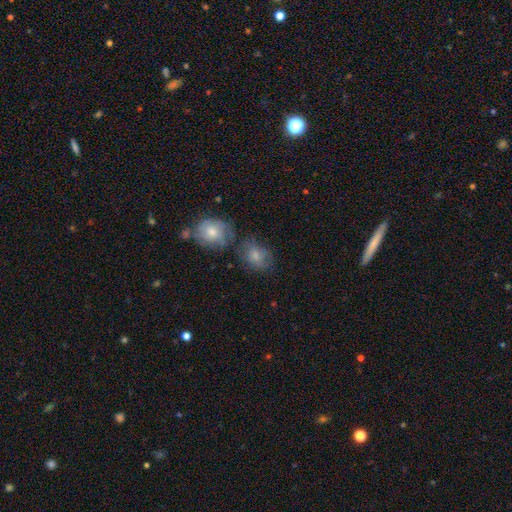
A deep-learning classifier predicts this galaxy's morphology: Smooth or featured? smooth (70%)
How rounded? in between (52%)
Merging? none (47%)